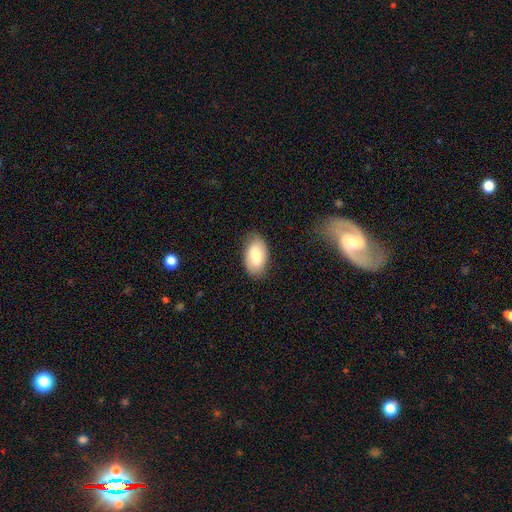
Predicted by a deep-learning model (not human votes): smooth_or_featured: smooth (p=0.76) [alt: featured or disk p=0.18]
how_rounded: in between (p=0.94) [alt: round p=0.04]
merging: none (p=0.83) [alt: minor disturbance p=0.13]